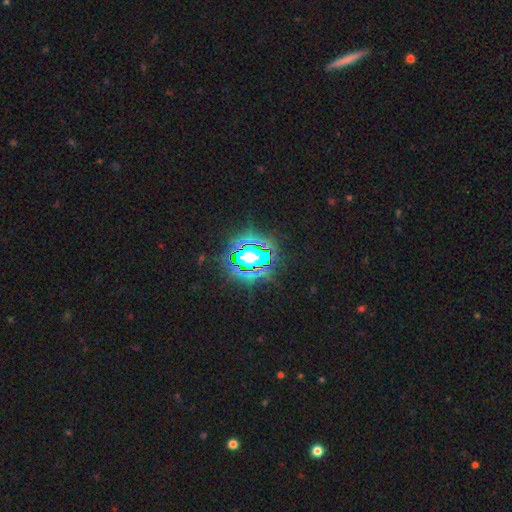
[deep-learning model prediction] Morphology: type=star or artifact (74%).